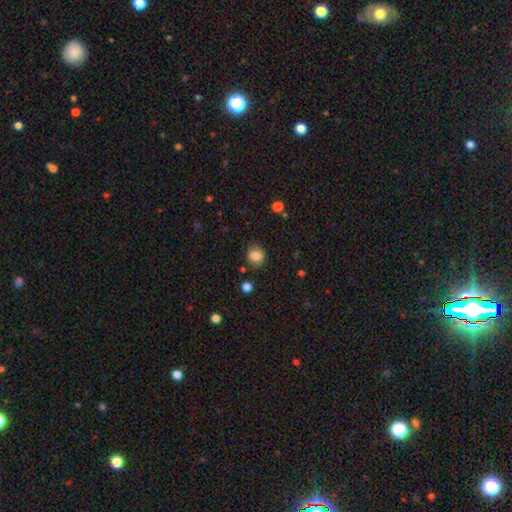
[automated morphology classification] smooth_or_featured: smooth (p=0.80) [alt: star or artifact p=0.10]
how_rounded: round (p=0.69) [alt: in between p=0.30]
merging: none (p=0.78) [alt: minor disturbance p=0.15]